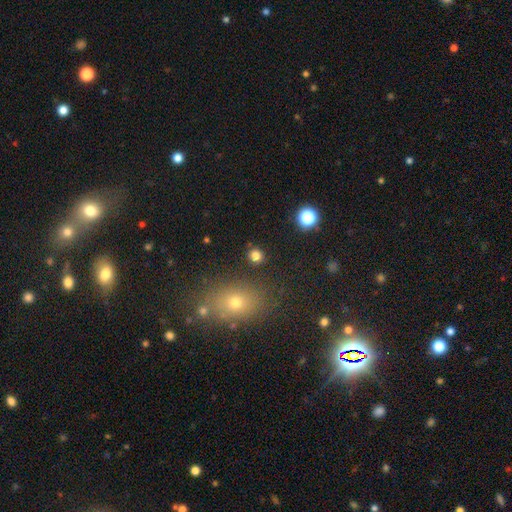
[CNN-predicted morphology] Smooth or featured? Predicted: smooth (p=0.80). How rounded? Predicted: round (p=0.85). Merging? Predicted: none (p=0.88).